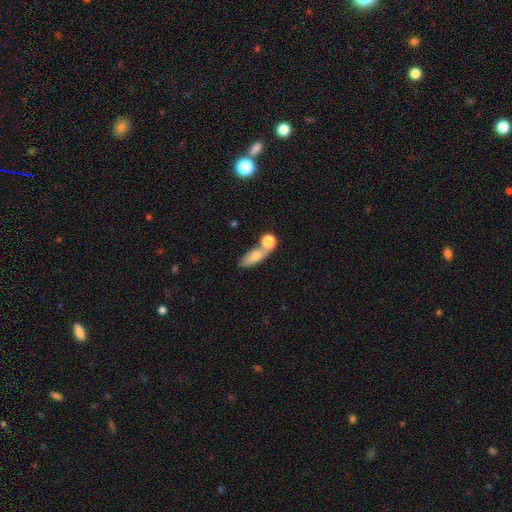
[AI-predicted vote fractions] Overall: smooth (73%). How rounded: in between (59%; cigar-shaped 29%). Merging: none (39%, tied with merger).